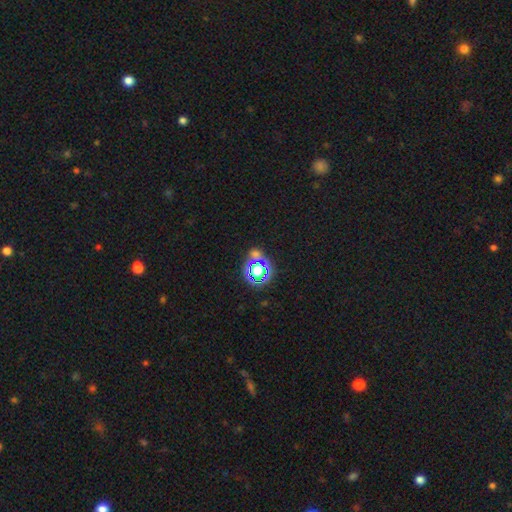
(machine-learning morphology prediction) The model was most divided on "smooth or featured": star or artifact: 66%, smooth: 25%, featured or disk: 9%.